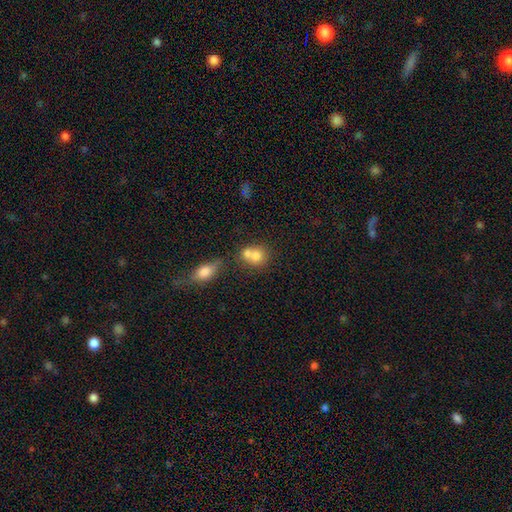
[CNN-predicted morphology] type=smooth (74%); roundness=round (72%); merging=merger (59%).